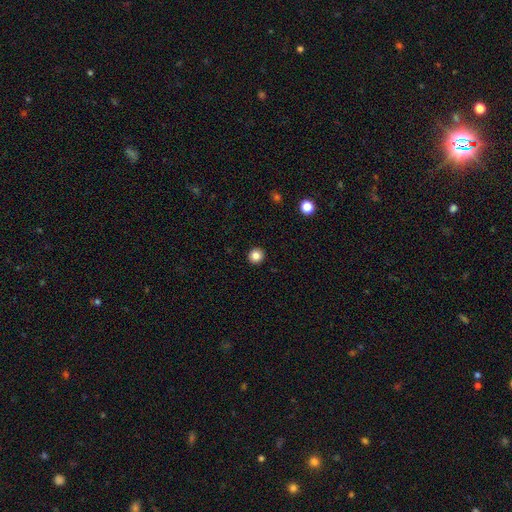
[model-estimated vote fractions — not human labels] Smooth or featured? smooth (84%)
How rounded? round (94%)
Merging? none (93%)